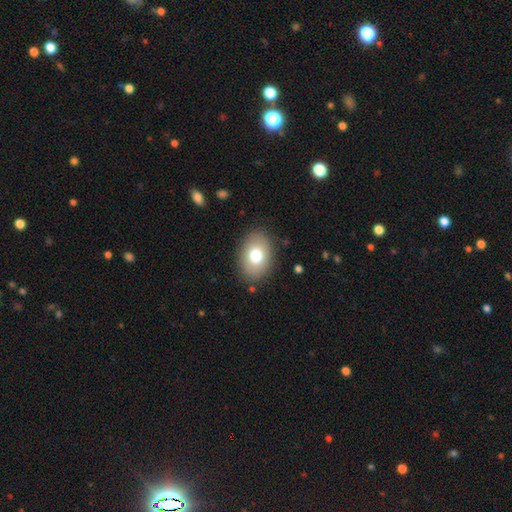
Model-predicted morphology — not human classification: smooth-or-featured: smooth: 76% | featured or disk: 16% | star or artifact: 8%
  how-rounded: in between: 81% | round: 18% | cigar-shaped: 1%
  merging: none: 86% | minor disturbance: 10% | major disturbance: 3% | merger: 1%